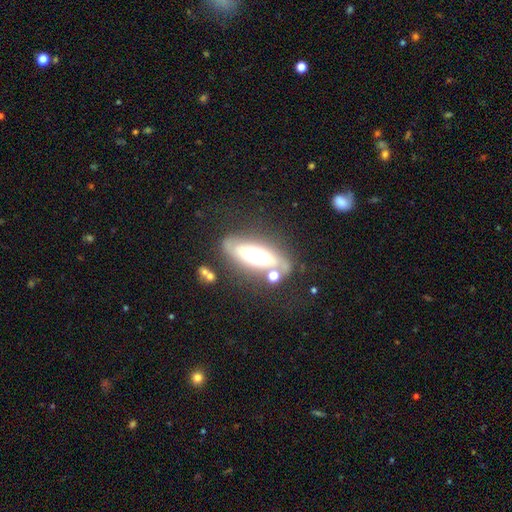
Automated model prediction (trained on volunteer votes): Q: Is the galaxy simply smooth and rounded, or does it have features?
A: featured or disk — 52%.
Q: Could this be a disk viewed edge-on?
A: no — 59%.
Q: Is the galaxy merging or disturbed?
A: none — 63%.